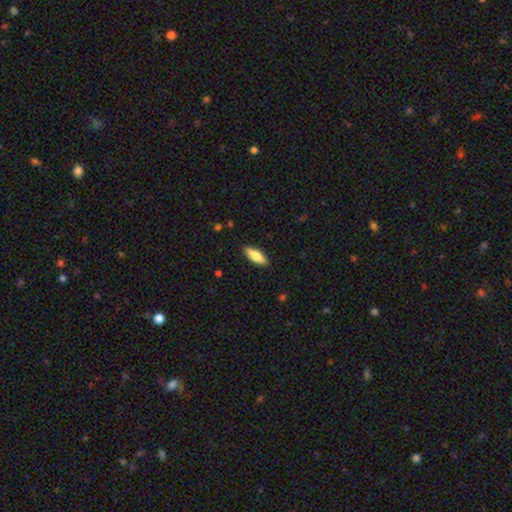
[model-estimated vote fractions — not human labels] A smooth galaxy with no disk features (79%) that is in between round and cigar-shaped (63%). Merging: none (89%).